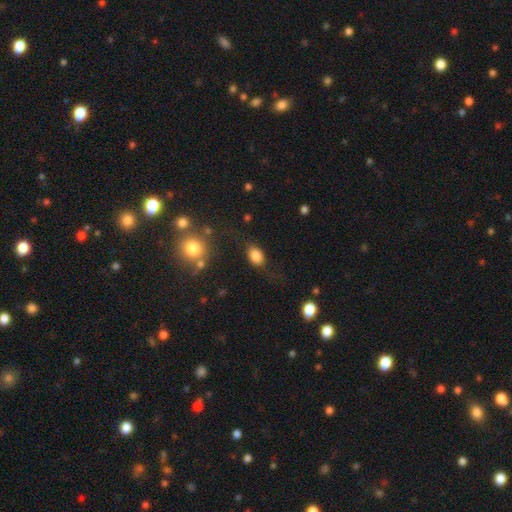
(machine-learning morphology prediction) Overall: smooth (84%). How rounded: in between (77%). Merging: none (72%).